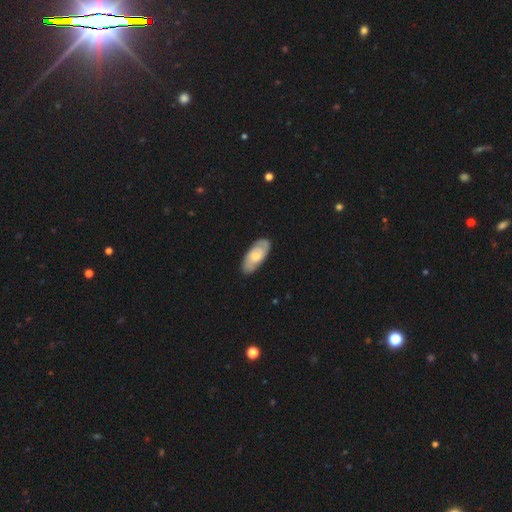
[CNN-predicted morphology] smooth_or_featured: featured or disk (p=0.51) [alt: smooth p=0.43]
disk_edge_on: no (p=0.89) [alt: yes p=0.11]
merging: none (p=0.82) [alt: minor disturbance p=0.14]